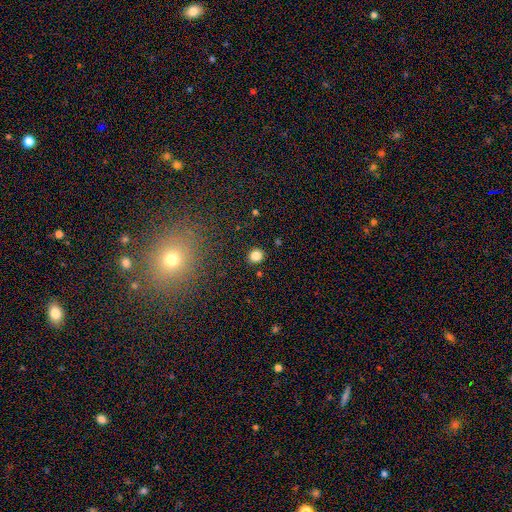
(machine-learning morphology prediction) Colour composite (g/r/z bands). It shows a smooth galaxy with no disk features (83%) that is round (88%). Merging: none (91%).